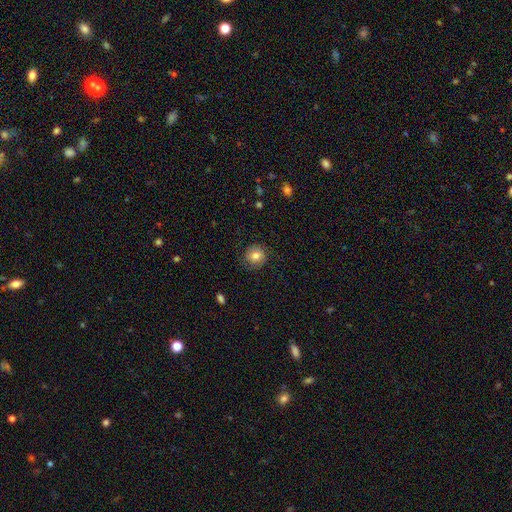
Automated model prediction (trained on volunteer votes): smooth-or-featured: smooth: 74% | featured or disk: 16% | star or artifact: 10%
  how-rounded: round: 90% | in between: 9% | cigar-shaped: 1%
  merging: none: 84% | minor disturbance: 11% | major disturbance: 4% | merger: 1%